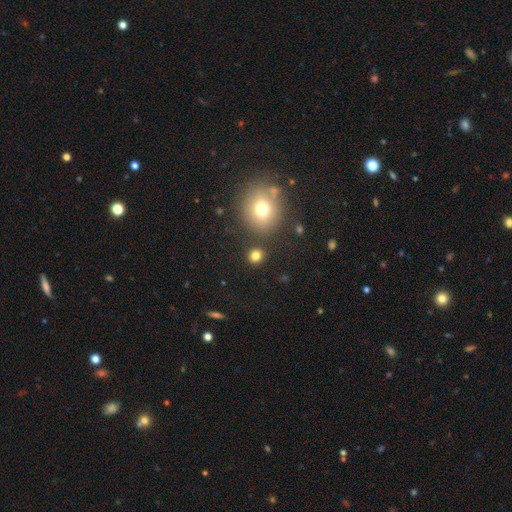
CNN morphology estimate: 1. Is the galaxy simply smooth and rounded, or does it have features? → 80% smooth, 14% star or artifact, 6% featured or disk.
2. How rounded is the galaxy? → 84% round, 15% in between, 1% cigar-shaped.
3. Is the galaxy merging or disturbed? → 84% none, 7% minor disturbance, 6% merger, 3% major disturbance.